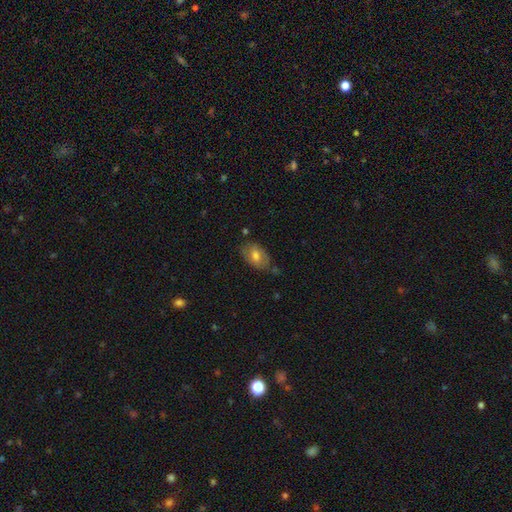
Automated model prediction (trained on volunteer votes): smooth-or-featured: smooth: 62% | featured or disk: 31% | star or artifact: 7%
  how-rounded: in between: 89% | round: 9% | cigar-shaped: 2%
  merging: none: 64% | minor disturbance: 25% | major disturbance: 6% | merger: 5%